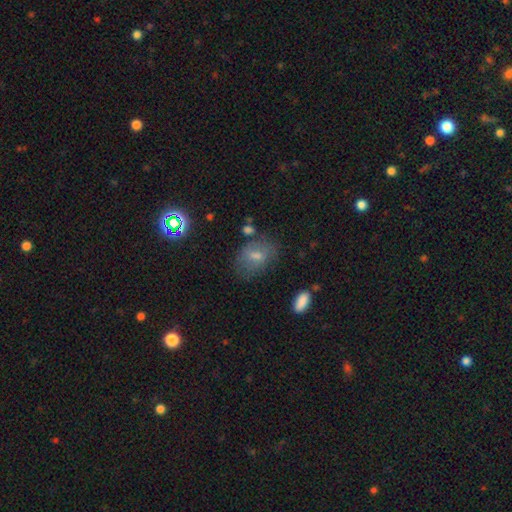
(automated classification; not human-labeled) Smooth or featured?
  - smooth: 56% *
  - featured or disk: 27%
  - star or artifact: 17%
How rounded?
  - in between: 74% *
  - round: 24%
  - cigar-shaped: 2%
Merging?
  - none: 66% *
  - minor disturbance: 20%
  - major disturbance: 9%
  - merger: 5%